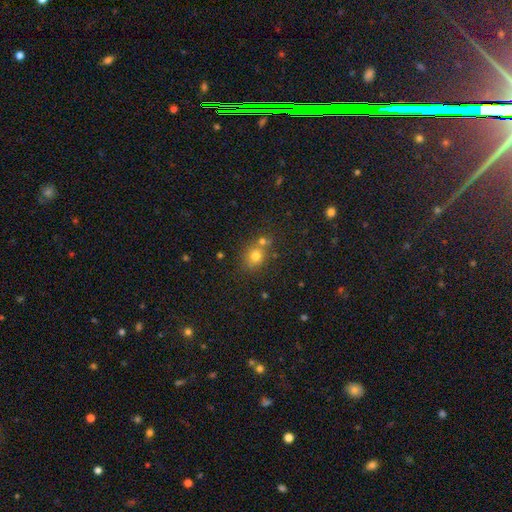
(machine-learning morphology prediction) smooth-or-featured: smooth: 73% | star or artifact: 16% | featured or disk: 11%
  how-rounded: round: 72% | in between: 26% | cigar-shaped: 1%
  merging: none: 58% | merger: 25% | minor disturbance: 13% | major disturbance: 4%